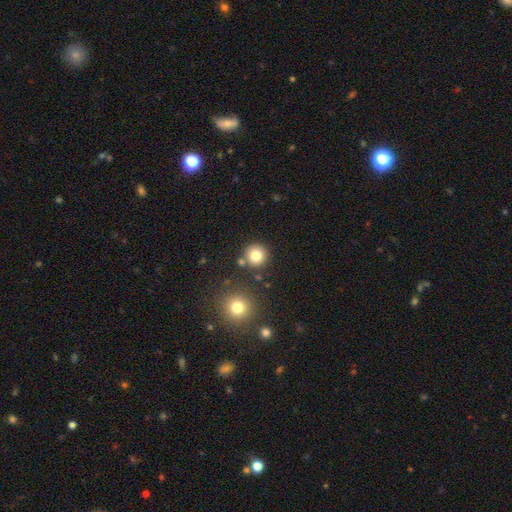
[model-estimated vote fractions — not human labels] smooth-or-featured: smooth: 80% | star or artifact: 12% | featured or disk: 8%
  how-rounded: round: 95% | in between: 4% | cigar-shaped: 1%
  merging: none: 83% | merger: 7% | minor disturbance: 7% | major disturbance: 3%